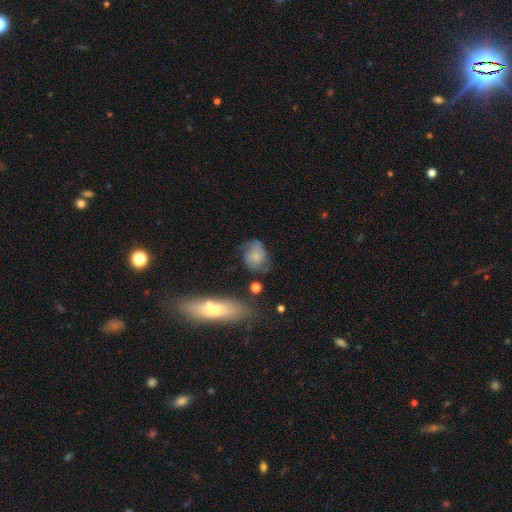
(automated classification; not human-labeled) Smooth or featured? Predicted: smooth (p=0.51). How rounded? Predicted: round (p=0.53). Merging? Predicted: none (p=0.51).